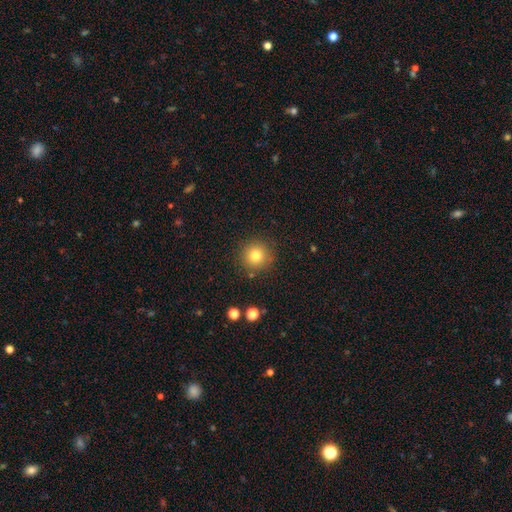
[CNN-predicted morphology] This is likely a smooth galaxy (79%). How rounded: clearly round (95%). Merging: clearly none (87%).